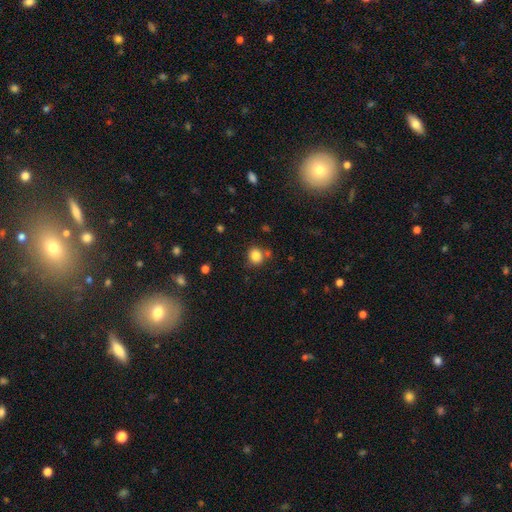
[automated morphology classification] A smooth galaxy with no disk features (84%) that is round (77%). Merging: none (72%).